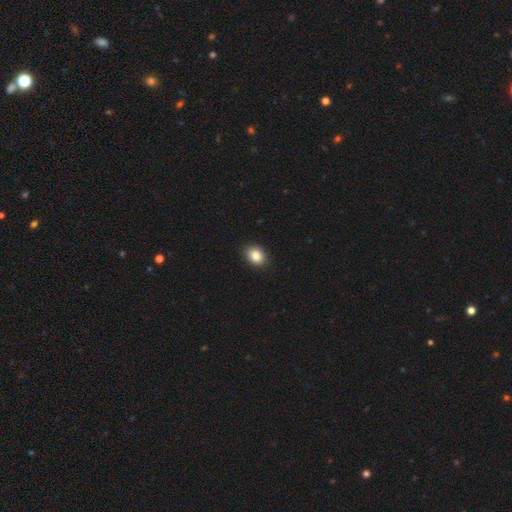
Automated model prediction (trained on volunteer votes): This is clearly a smooth galaxy (86%). How rounded: likely in between (67%). Merging: clearly none (90%).